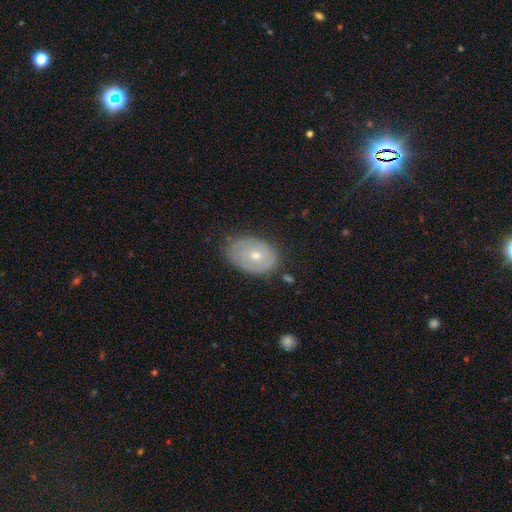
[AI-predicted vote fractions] This appears to be a featured or disk galaxy (50%). Merging: none (67%).